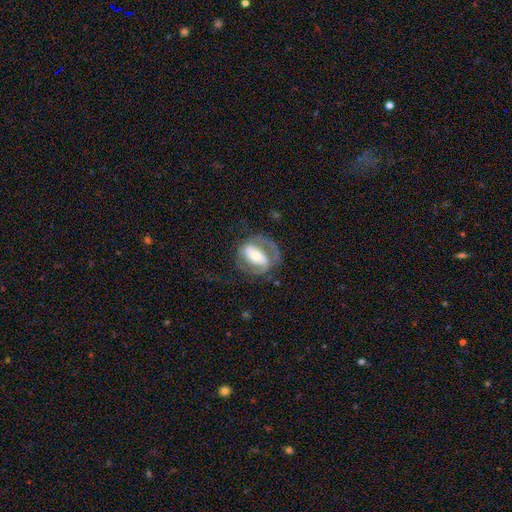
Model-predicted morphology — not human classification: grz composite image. It shows a featured or disk galaxy (75%) with a strong bar (49%), 2 (76%) medium (46%) spiral arms (77%) and a moderate central bulge (49%). Merging: none (58%).